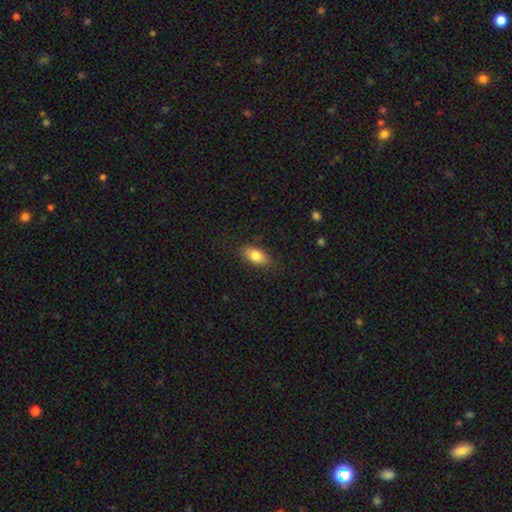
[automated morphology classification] Smooth or featured? Predicted: smooth (p=0.80). How rounded? Predicted: in between (p=0.88). Merging? Predicted: none (p=0.83).